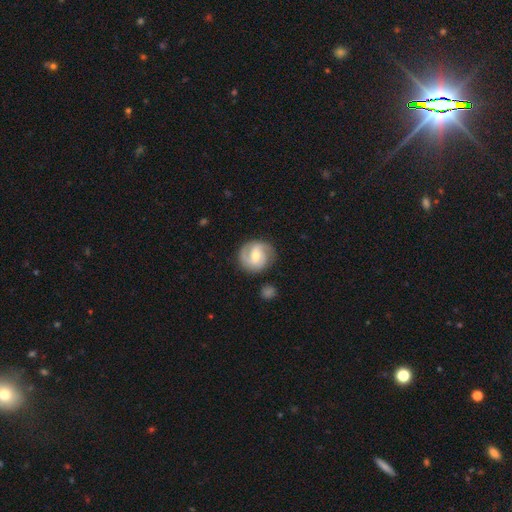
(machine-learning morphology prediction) Q: Smooth or featured?
A: featured or disk (79%); runner-up: smooth (16%)
Q: Edge-on disk?
A: no (98%); runner-up: yes (2%)
Q: Bar?
A: weak (48%); runner-up: no (36%)
Q: Spiral arms?
A: yes (95%); runner-up: no (5%)
Q: Spiral winding?
A: medium (47%); runner-up: tight (38%)
Q: Spiral arm count?
A: 2 (58%); runner-up: 3 (26%)
Q: Bulge size?
A: moderate (63%); runner-up: small (31%)
Q: Merging?
A: none (82%); runner-up: minor disturbance (13%)